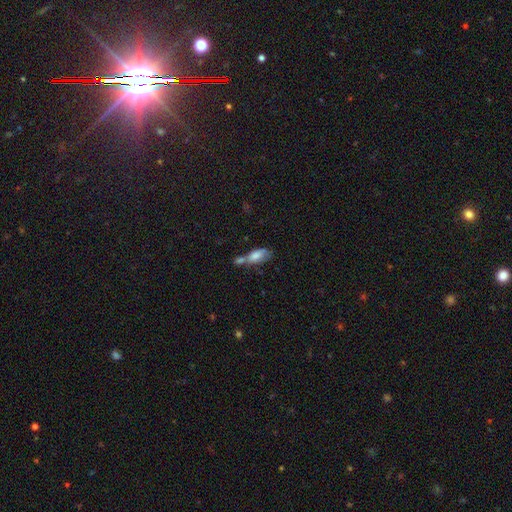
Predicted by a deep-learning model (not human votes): Smooth or featured?
  - smooth: 70% *
  - featured or disk: 22%
  - star or artifact: 9%
How rounded?
  - in between: 79% *
  - cigar-shaped: 18%
  - round: 4%
Merging?
  - merger: 50% *
  - none: 24%
  - minor disturbance: 16%
  - major disturbance: 10%